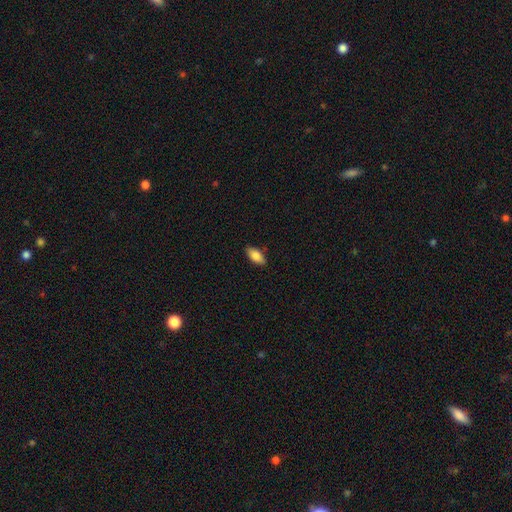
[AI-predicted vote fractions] A smooth galaxy with no disk features (85%) that is in between round and cigar-shaped (90%). Merging: none (87%).